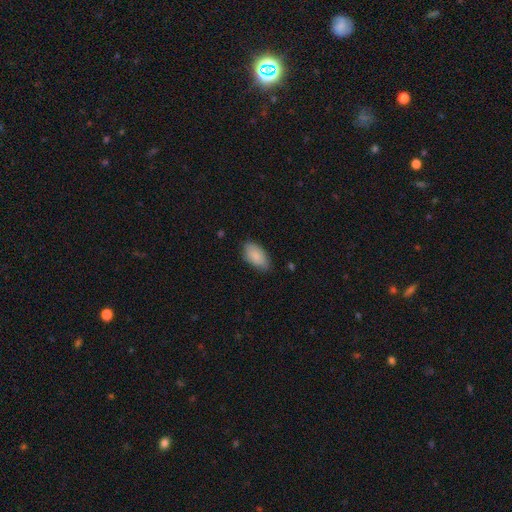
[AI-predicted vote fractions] A smooth galaxy with no disk features (88%) that is in between round and cigar-shaped (95%).

Vote fractions:
- Smooth or featured? smooth: 88% / featured or disk: 6% / star or artifact: 6%
- How rounded? in between: 95% / cigar-shaped: 3% / round: 3%
- Merging? none: 80% / minor disturbance: 16% / major disturbance: 3% / merger: 1%